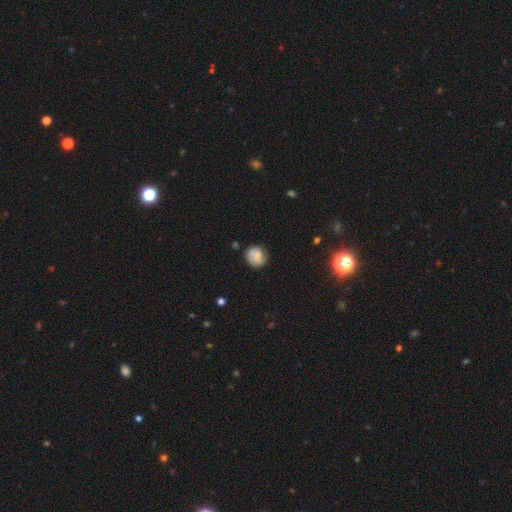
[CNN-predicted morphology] This appears to be a smooth galaxy with no disk features (72%) that is round (79%). Merging: none (71%).